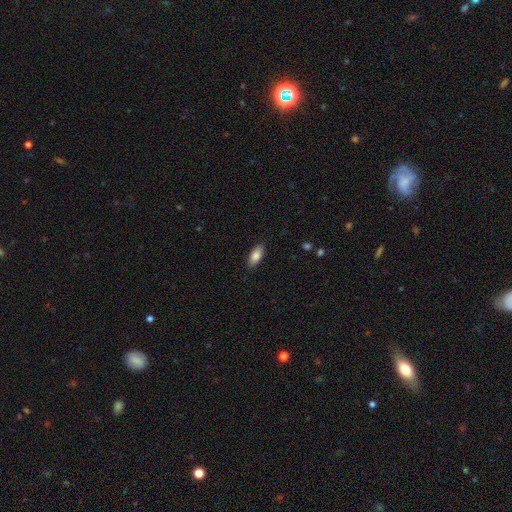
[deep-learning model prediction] This appears to be a smooth galaxy with no disk features (85%) that is in between round and cigar-shaped (87%). Merging: none (88%).